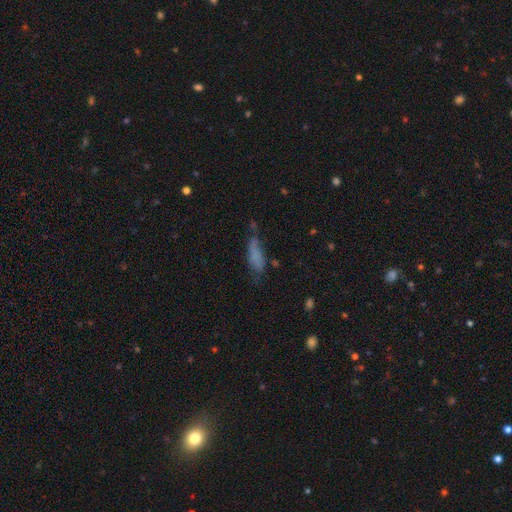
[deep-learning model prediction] This is likely a smooth galaxy (69%). How rounded: possibly in between (53%). Merging: possibly none (45%).